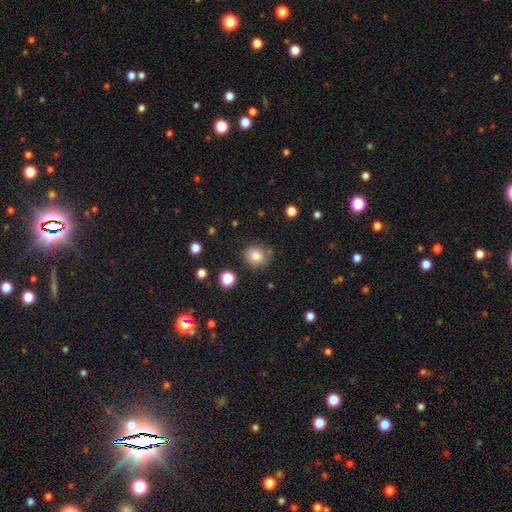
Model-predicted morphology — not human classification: Overall: smooth (83%). How rounded: round (78%). Merging: none (76%).